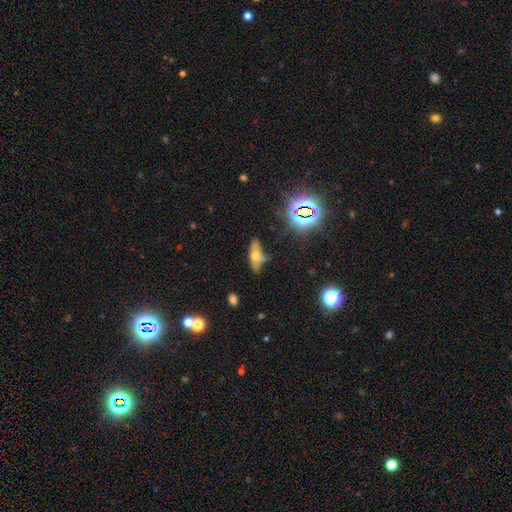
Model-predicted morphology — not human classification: This appears to be a smooth galaxy with no disk features (51%) that is in between round and cigar-shaped (72%). Merging: none (60%).